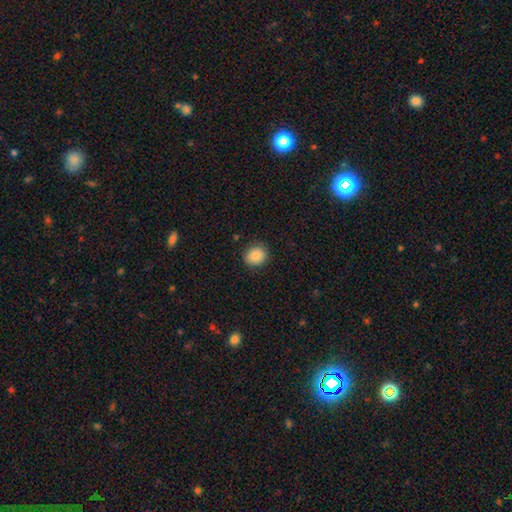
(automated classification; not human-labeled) This is clearly a smooth galaxy (86%). How rounded: likely round (75%). Merging: clearly none (84%).